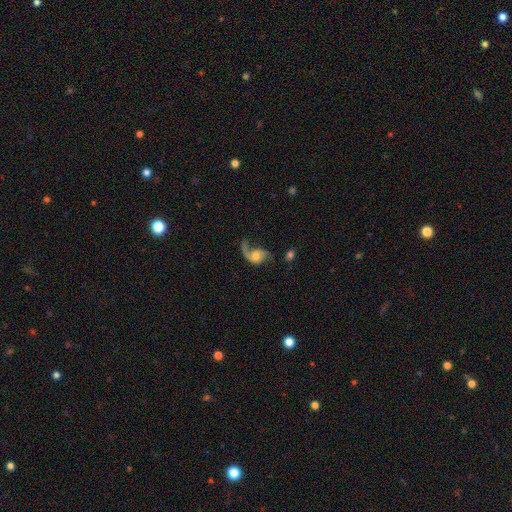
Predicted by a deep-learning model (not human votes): The model was most divided on "merging": none: 41%, major disturbance: 34%, minor disturbance: 19%, merger: 6%. More confident: edge-on disk — no (97%); spiral arms — yes (93%); smooth or featured — featured or disk (79%); spiral winding — loose (71%); bar — no (65%); spiral arm count — 2 (55%); bulge size — moderate (54%).